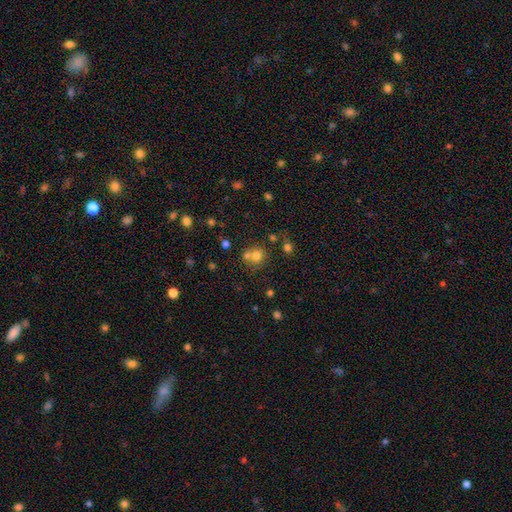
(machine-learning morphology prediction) Q: Smooth or featured?
A: smooth (72%); runner-up: star or artifact (16%)
Q: How rounded?
A: round (84%); runner-up: in between (15%)
Q: Merging?
A: none (48%); runner-up: merger (41%)